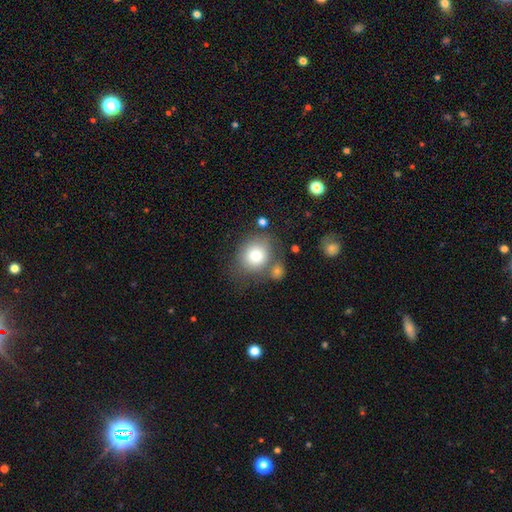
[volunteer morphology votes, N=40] A smooth galaxy with no disk features (82%) that is round (94%). Merging: none (61%).